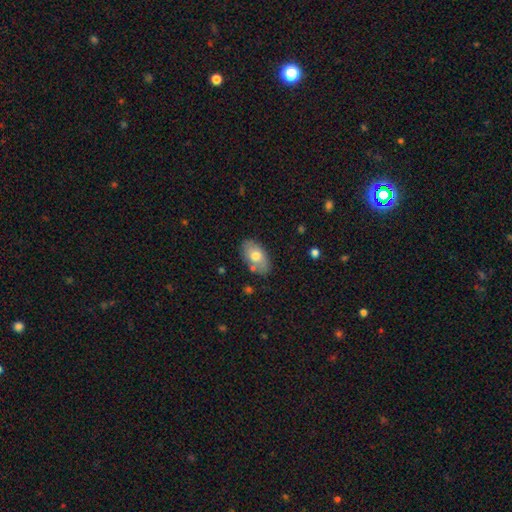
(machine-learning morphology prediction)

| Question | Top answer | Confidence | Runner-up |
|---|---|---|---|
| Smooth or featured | smooth | 71% | featured or disk (22%) |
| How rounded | in between | 92% | round (6%) |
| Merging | none | 78% | minor disturbance (14%) |